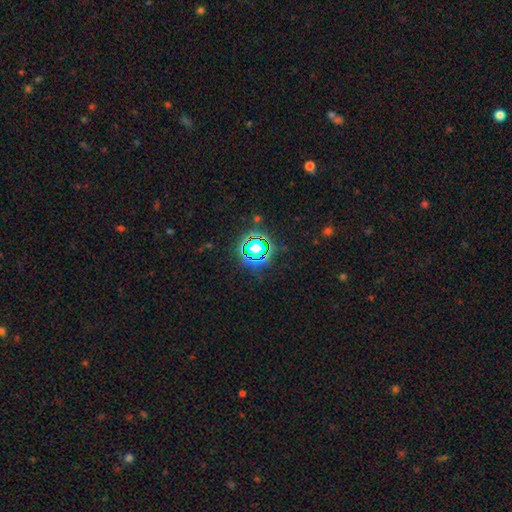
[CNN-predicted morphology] Overall: star or artifact (78%).